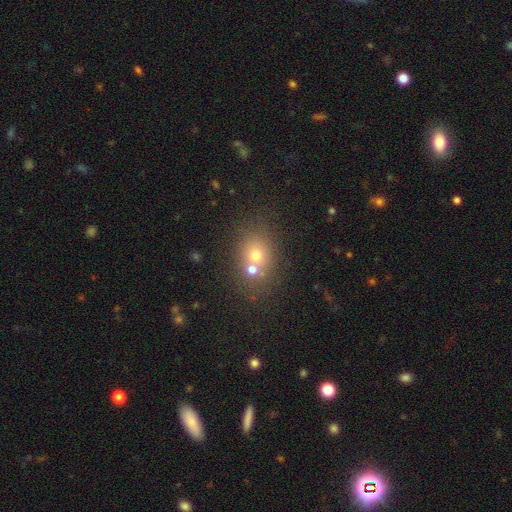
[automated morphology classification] smooth_or_featured: smooth (p=0.65) [alt: featured or disk p=0.18]
how_rounded: round (p=0.66) [alt: in between p=0.33]
merging: none (p=0.49) [alt: merger p=0.39]